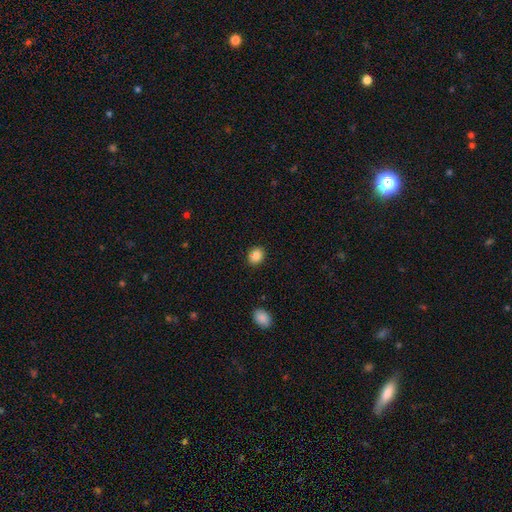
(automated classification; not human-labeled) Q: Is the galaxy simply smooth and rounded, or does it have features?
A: smooth — 84%.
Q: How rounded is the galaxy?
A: round — 60%.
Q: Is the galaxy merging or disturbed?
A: none — 81%.